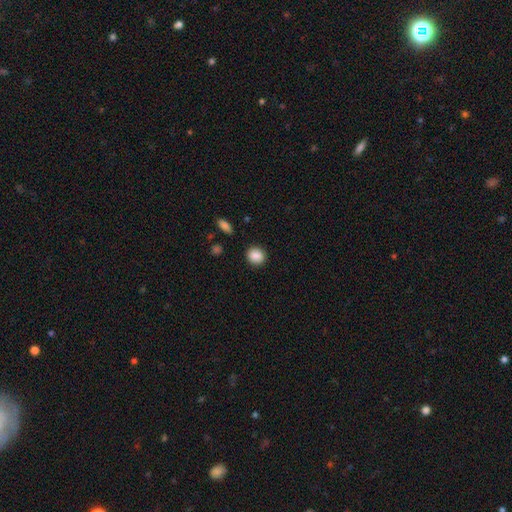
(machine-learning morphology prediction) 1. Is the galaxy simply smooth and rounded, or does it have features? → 88% smooth, 8% star or artifact, 4% featured or disk.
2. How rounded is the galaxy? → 79% round, 20% in between, 1% cigar-shaped.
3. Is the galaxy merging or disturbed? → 89% none, 8% minor disturbance, 2% major disturbance, 1% merger.